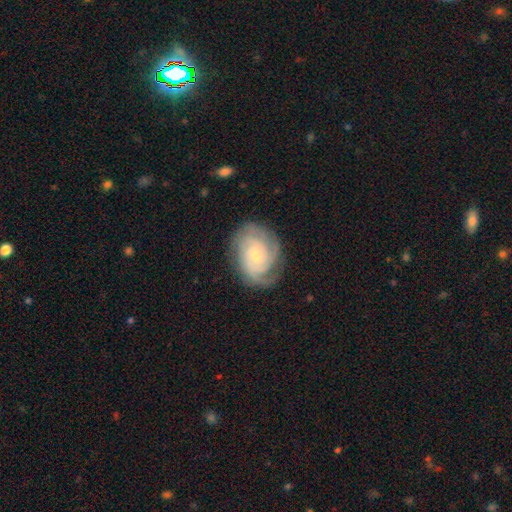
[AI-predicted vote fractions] smooth-or-featured: featured or disk: 86% | smooth: 9% | star or artifact: 5%
  disk-edge-on: no: 97% | yes: 3%
    bar: no: 66% | weak: 28% | strong: 5%
    has-spiral-arms: yes: 97% | no: 3%
      spiral-winding: tight: 73% | medium: 23% | loose: 4%
      spiral-arm-count: 3: 34% | 2: 22% | can't tell: 22% | 4: 12% | 1: 5% | more than 4: 5%
    bulge-size: small: 66% | moderate: 31% | none: 1% | large: 1% | dominant: 1%
  merging: none: 78% | minor disturbance: 16% | major disturbance: 5% | merger: 1%